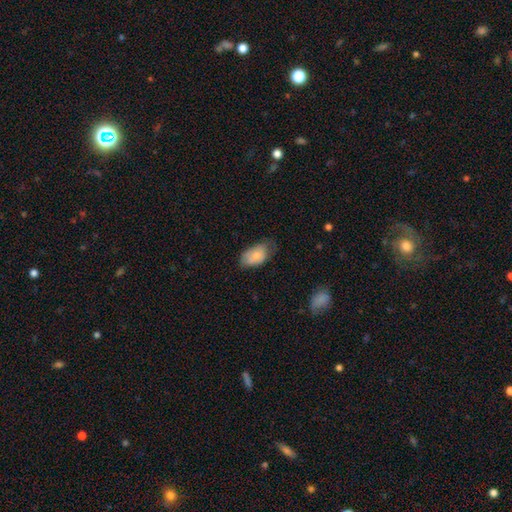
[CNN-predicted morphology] smooth-or-featured: smooth: 80% | featured or disk: 14% | star or artifact: 7%
  how-rounded: in between: 92% | round: 6% | cigar-shaped: 2%
  merging: none: 50% | minor disturbance: 36% | major disturbance: 11% | merger: 2%